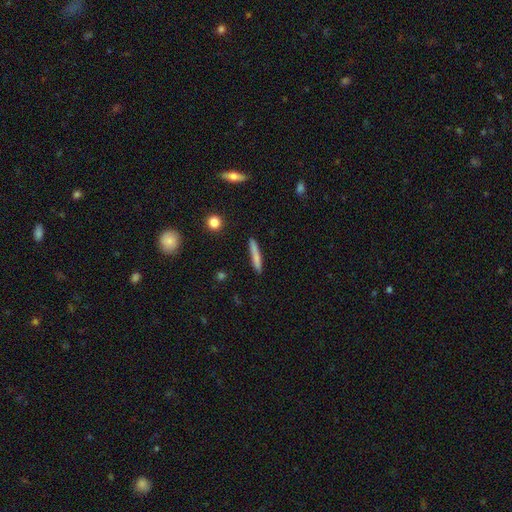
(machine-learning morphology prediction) Q: Smooth or featured?
A: smooth (75%); runner-up: featured or disk (18%)
Q: How rounded?
A: cigar-shaped (93%); runner-up: in between (5%)
Q: Merging?
A: none (88%); runner-up: minor disturbance (8%)